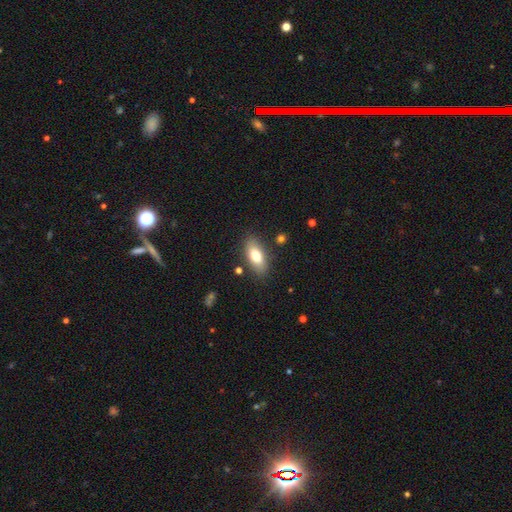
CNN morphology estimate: A smooth galaxy with no disk features (75%) that is in between round and cigar-shaped (86%).

Vote fractions:
- Smooth or featured? smooth: 75% / featured or disk: 18% / star or artifact: 7%
- How rounded? in between: 86% / cigar-shaped: 11% / round: 4%
- Merging? none: 83% / minor disturbance: 11% / major disturbance: 3% / merger: 2%